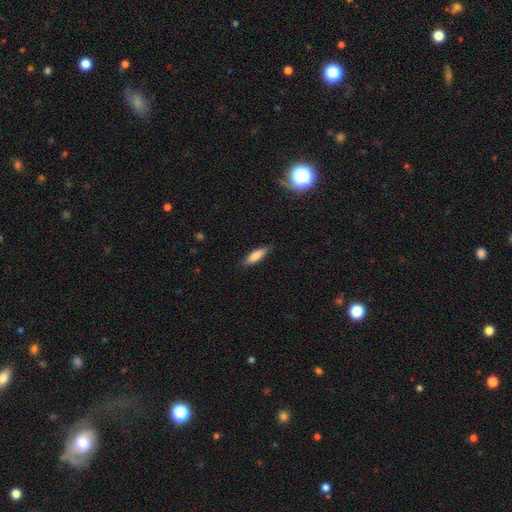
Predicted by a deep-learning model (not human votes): smooth-or-featured: smooth: 79% | featured or disk: 14% | star or artifact: 7%
  how-rounded: cigar-shaped: 53% | in between: 46% | round: 2%
  merging: none: 84% | minor disturbance: 13% | major disturbance: 2% | merger: 1%